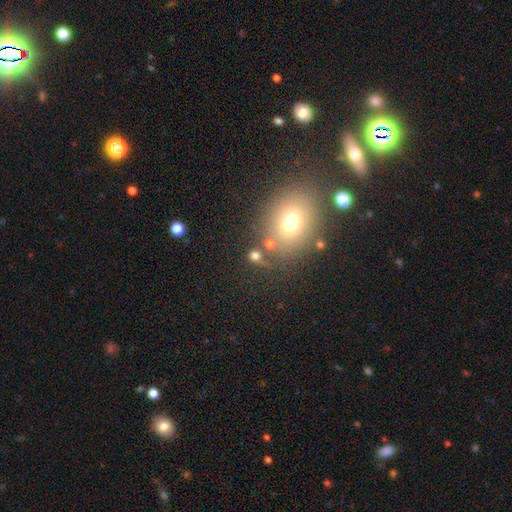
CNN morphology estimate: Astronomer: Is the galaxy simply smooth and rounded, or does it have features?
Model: smooth — 66%.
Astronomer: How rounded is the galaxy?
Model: round — 70%.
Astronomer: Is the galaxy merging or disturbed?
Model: none — 64%.